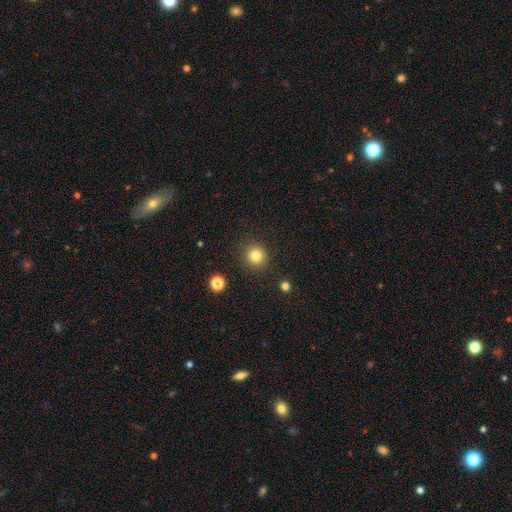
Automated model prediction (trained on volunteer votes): Smooth or featured? Predicted: smooth (p=0.82). How rounded? Predicted: round (p=0.93). Merging? Predicted: none (p=0.90).